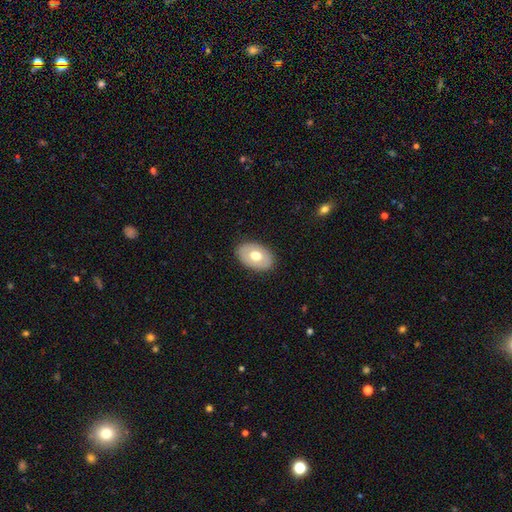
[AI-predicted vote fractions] Overall: smooth (63%; featured or disk 31%). How rounded: in between (85%). Merging: none (87%).